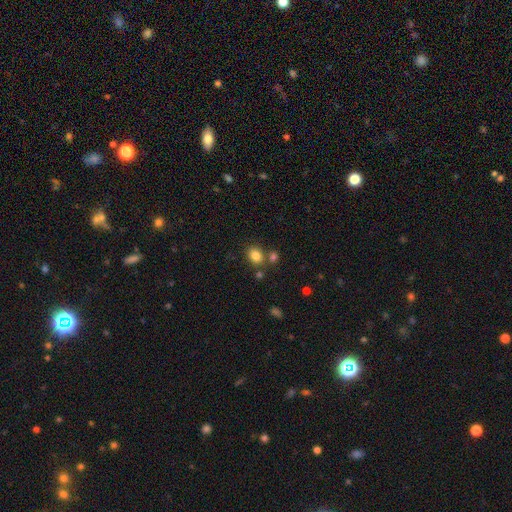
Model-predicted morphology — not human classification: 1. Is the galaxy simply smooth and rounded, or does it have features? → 83% smooth, 12% star or artifact, 6% featured or disk.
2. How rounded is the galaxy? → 52% round, 47% in between, 1% cigar-shaped.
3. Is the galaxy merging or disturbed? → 71% none, 14% merger, 11% minor disturbance, 4% major disturbance.